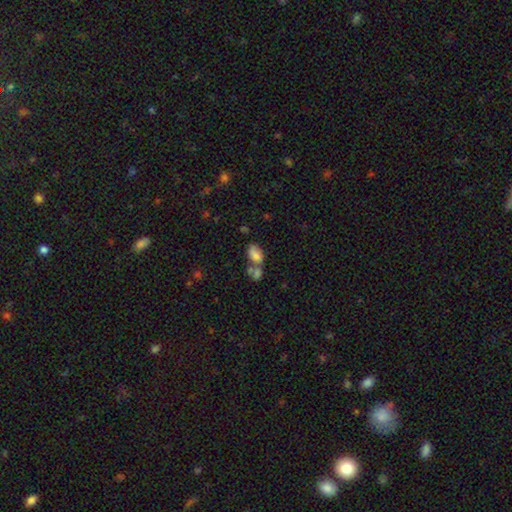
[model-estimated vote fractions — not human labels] smooth-or-featured: smooth: 75% | featured or disk: 15% | star or artifact: 10%
  how-rounded: in between: 90% | round: 8% | cigar-shaped: 2%
  merging: merger: 51% | none: 28% | minor disturbance: 13% | major disturbance: 7%